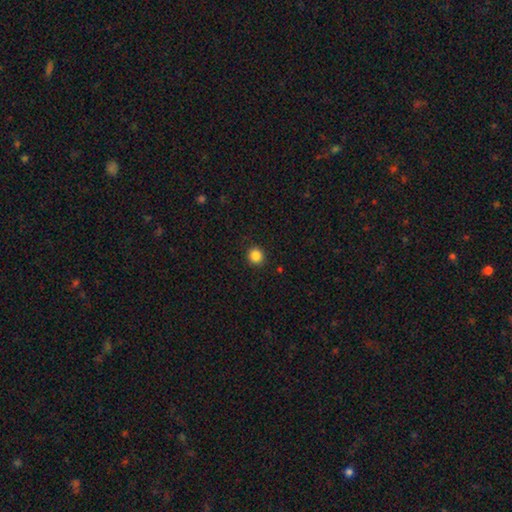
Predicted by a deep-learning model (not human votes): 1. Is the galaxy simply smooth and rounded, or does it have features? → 86% smooth, 11% star or artifact, 4% featured or disk.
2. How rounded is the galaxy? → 92% round, 7% in between, 1% cigar-shaped.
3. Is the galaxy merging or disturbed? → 91% none, 6% minor disturbance, 2% major disturbance, 1% merger.